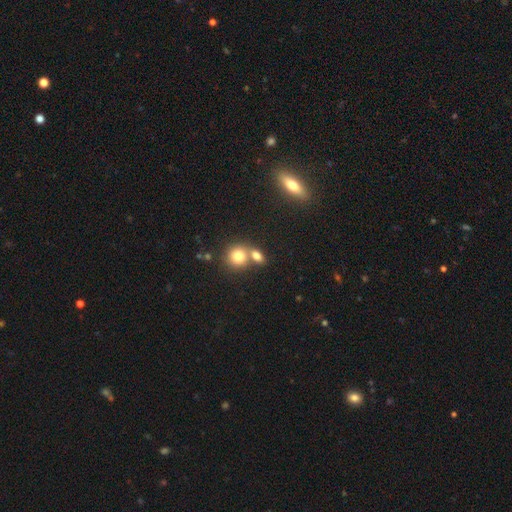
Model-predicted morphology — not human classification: This is likely a smooth galaxy (75%). How rounded: likely round (75%). Merging: possibly none (48%).